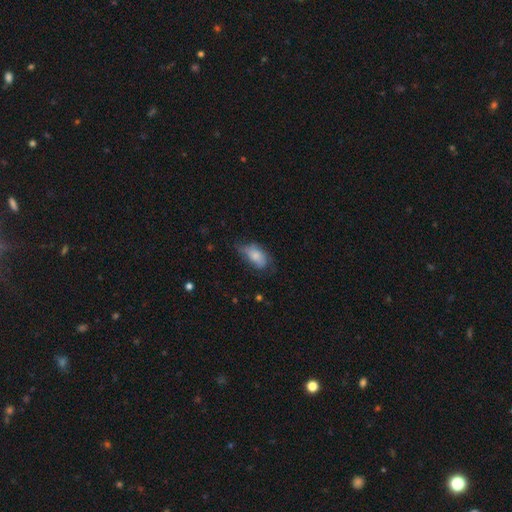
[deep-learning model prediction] Q: Smooth or featured?
A: smooth (71%); runner-up: featured or disk (21%)
Q: How rounded?
A: in between (90%); runner-up: round (6%)
Q: Merging?
A: minor disturbance (38%); runner-up: none (36%)